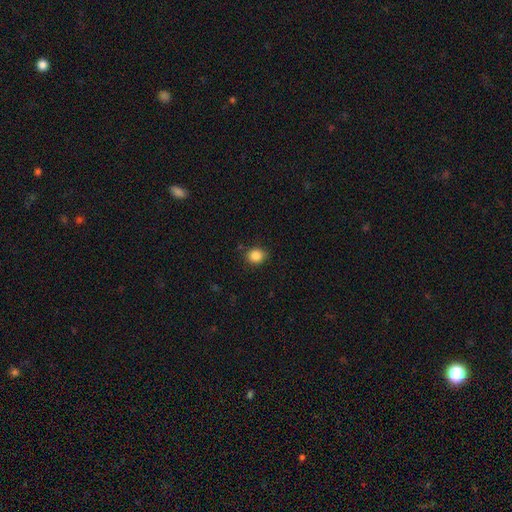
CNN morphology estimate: A smooth galaxy with no disk features (85%) that is round (70%).

Vote fractions:
- Smooth or featured? smooth: 85% / star or artifact: 10% / featured or disk: 5%
- How rounded? round: 70% / in between: 29% / cigar-shaped: 1%
- Merging? none: 84% / minor disturbance: 12% / major disturbance: 3% / merger: 2%